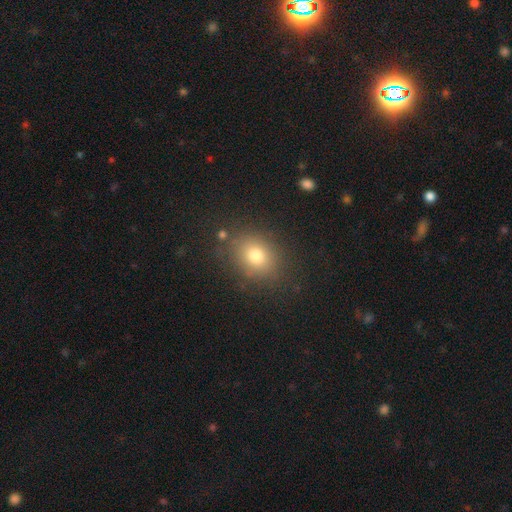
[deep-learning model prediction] Overall: smooth (76%). How rounded: round (51%; in between 48%). Merging: none (82%).